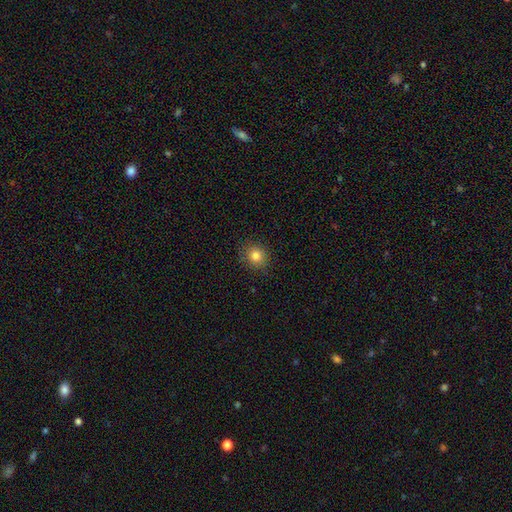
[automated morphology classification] Overall: smooth (81%). How rounded: round (82%). Merging: none (88%).